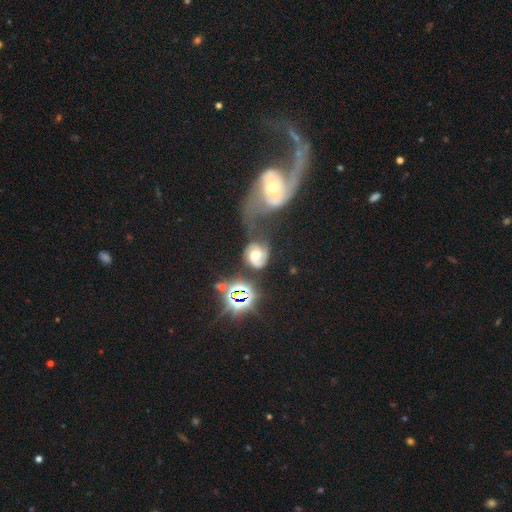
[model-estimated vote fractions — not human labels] featured or disk 66%, smooth 22%, star or artifact 12%. Down the decision tree: edge-on disk — no (97%); bar — no (59%); spiral arms — yes (87%); spiral arm count — 2 (73%); spiral winding — medium (41%); bulge size — moderate (62%); merging — major disturbance (29%).